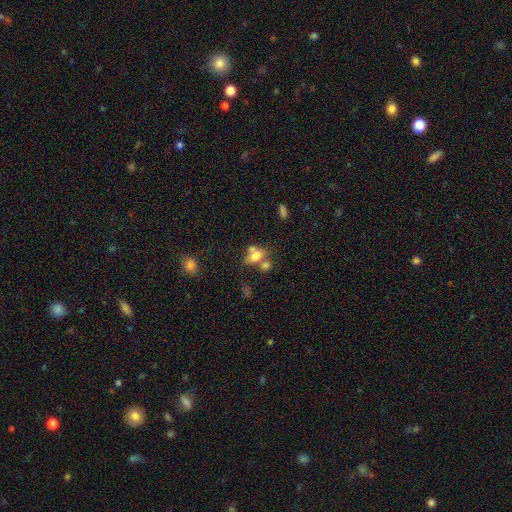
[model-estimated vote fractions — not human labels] Overall: smooth (65%). How rounded: in between (70%). Merging: merger (46%; none 32%).